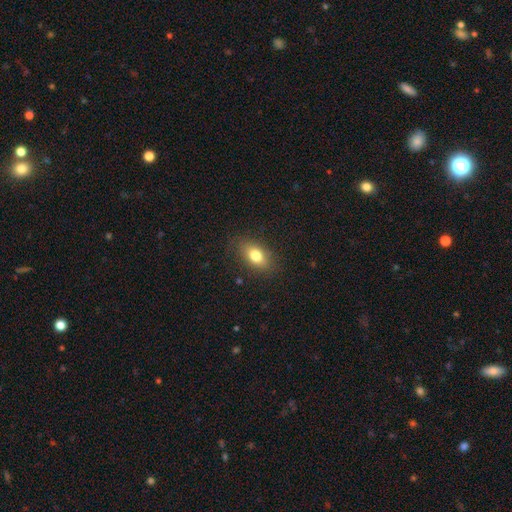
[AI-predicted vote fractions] smooth-or-featured: smooth: 78% | featured or disk: 12% | star or artifact: 9%
  how-rounded: in between: 84% | round: 12% | cigar-shaped: 4%
  merging: none: 82% | minor disturbance: 13% | major disturbance: 4% | merger: 1%